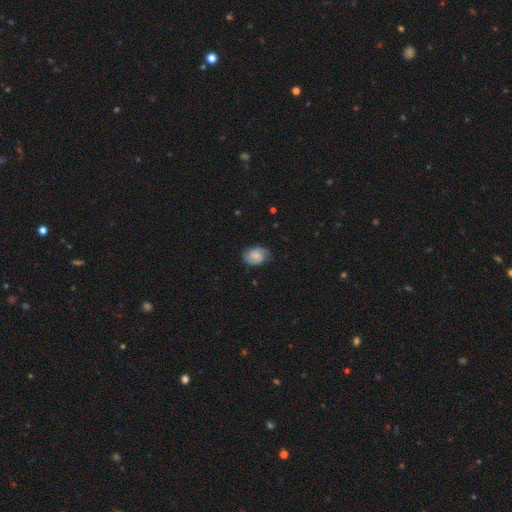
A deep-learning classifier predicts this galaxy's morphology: A featured or disk galaxy (56%) with a weak bar (47%), 2 (82%) medium (43%) spiral arms (92%) and a small central bulge (39%). Merging: none (77%).